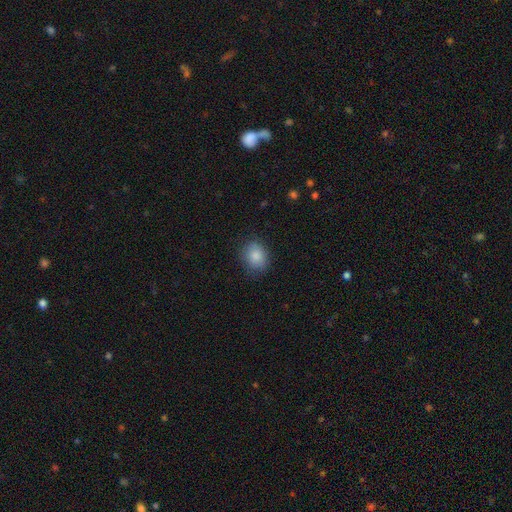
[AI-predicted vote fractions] A smooth galaxy with no disk features (86%) that is round (54%). Merging: none (80%).